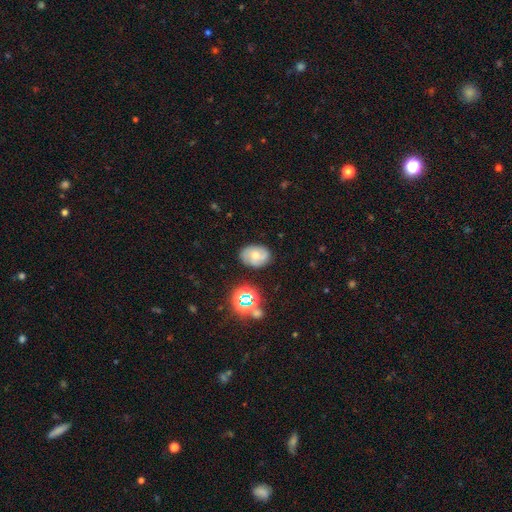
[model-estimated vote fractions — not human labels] Morphology: type=smooth (46%); merging=none (75%).